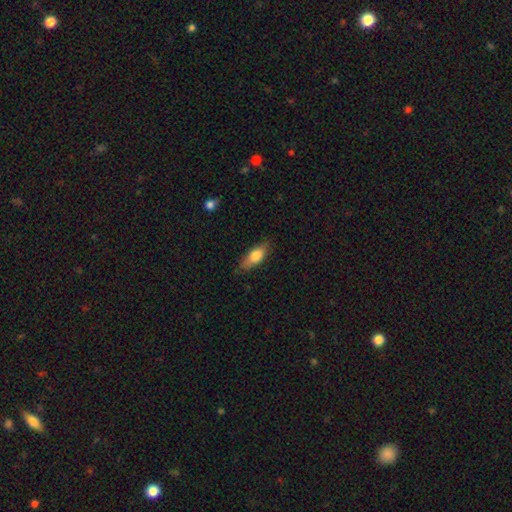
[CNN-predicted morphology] Overall: smooth (74%). How rounded: in between (71%). Merging: none (77%).